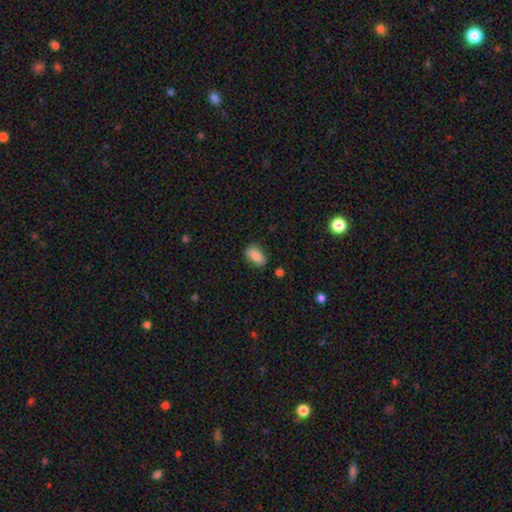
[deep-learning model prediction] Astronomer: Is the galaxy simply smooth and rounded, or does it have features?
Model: smooth — 84%.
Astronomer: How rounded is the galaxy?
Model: in between — 90%.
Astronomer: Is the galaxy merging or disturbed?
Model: none — 78%.